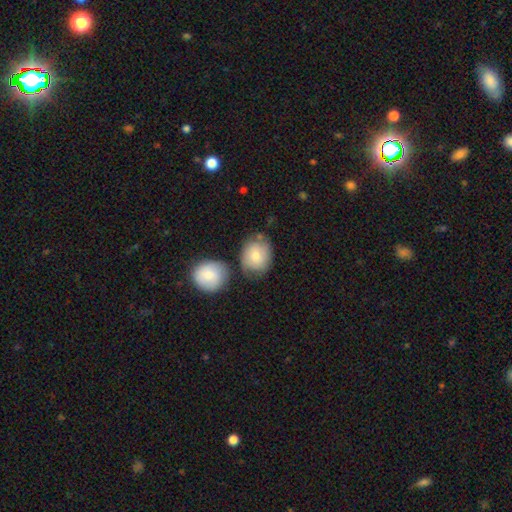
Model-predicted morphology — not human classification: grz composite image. It shows a smooth galaxy with no disk features (77%) that is round (68%). Merging: none (60%).